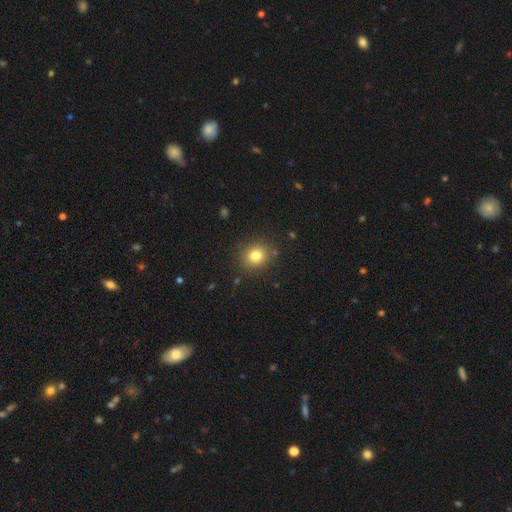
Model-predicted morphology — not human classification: Overall: smooth (79%). How rounded: round (80%). Merging: none (86%).